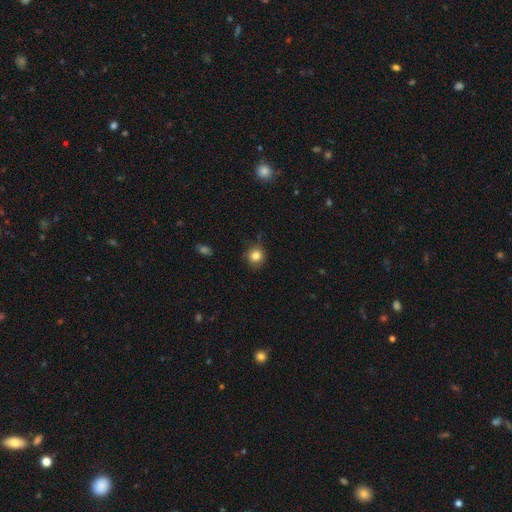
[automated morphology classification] This appears to be a smooth galaxy with no disk features (82%) that is round (85%). Merging: none (79%).